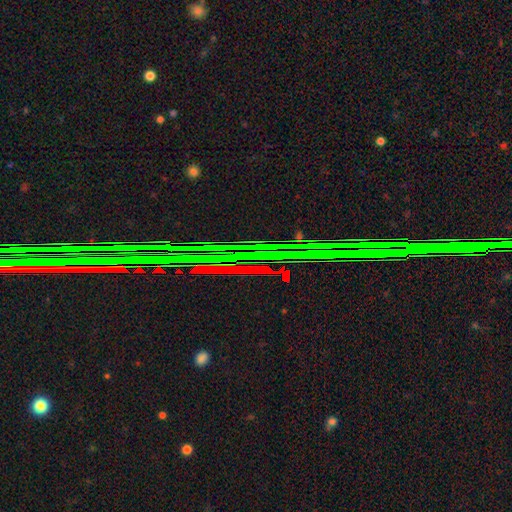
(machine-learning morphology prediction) Smooth or featured? star or artifact (79%)